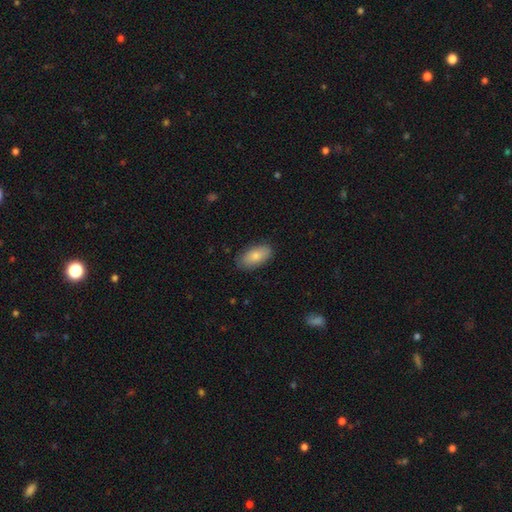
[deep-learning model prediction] Morphology: type=smooth (81%); roundness=in between (92%); merging=none (83%).